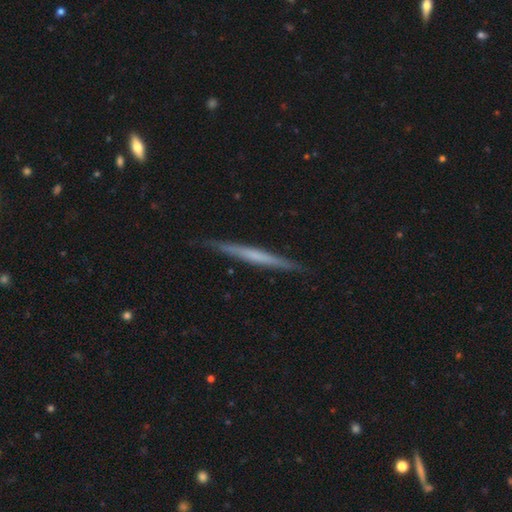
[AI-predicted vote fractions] This is possibly a featured or disk galaxy (56%). It is clearly viewed edge-on (97%). Edge-on bulge: likely none (76%). Merging: clearly none (89%).